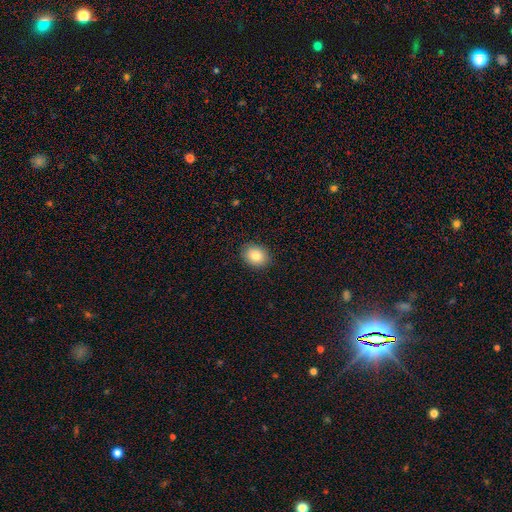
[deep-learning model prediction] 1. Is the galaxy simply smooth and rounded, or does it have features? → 83% smooth, 9% star or artifact, 9% featured or disk.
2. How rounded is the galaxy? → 50% round, 49% in between, 1% cigar-shaped.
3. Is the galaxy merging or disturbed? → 89% none, 8% minor disturbance, 2% major disturbance, 1% merger.